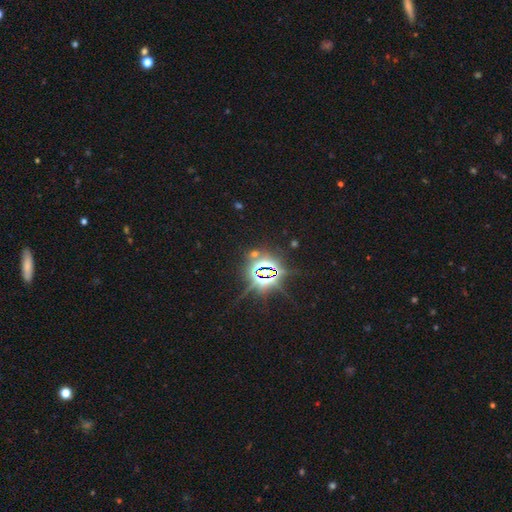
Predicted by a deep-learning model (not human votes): This appears to be a star or artifact, not a galaxy (86%).